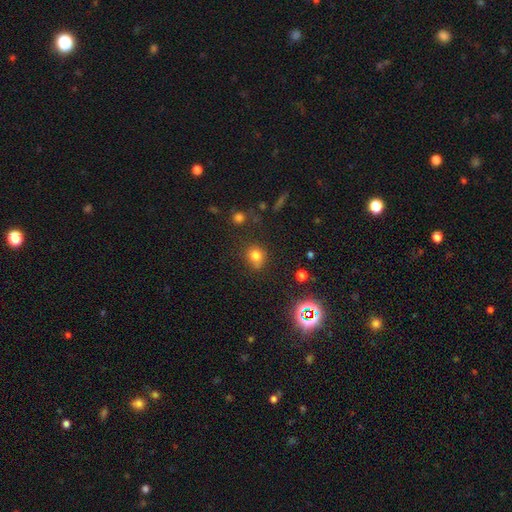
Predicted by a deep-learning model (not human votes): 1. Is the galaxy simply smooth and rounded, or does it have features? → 75% smooth, 18% star or artifact, 7% featured or disk.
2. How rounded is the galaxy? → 75% round, 24% in between, 1% cigar-shaped.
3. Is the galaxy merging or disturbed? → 72% none, 18% minor disturbance, 6% major disturbance, 4% merger.